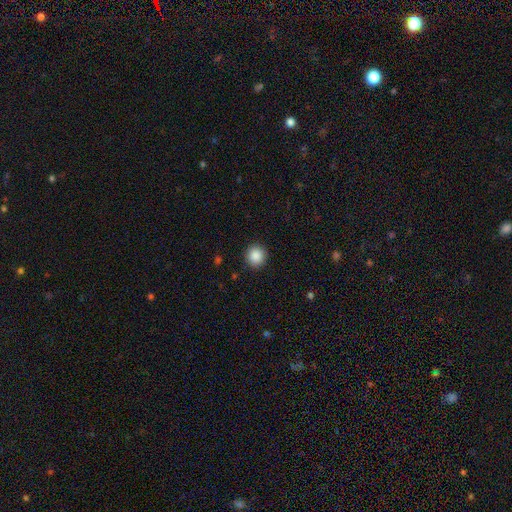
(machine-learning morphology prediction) Smooth or featured? Predicted: smooth (p=0.88). How rounded? Predicted: round (p=0.92). Merging? Predicted: none (p=0.91).